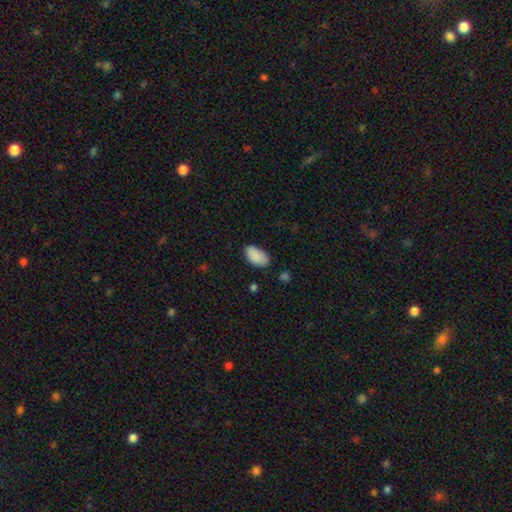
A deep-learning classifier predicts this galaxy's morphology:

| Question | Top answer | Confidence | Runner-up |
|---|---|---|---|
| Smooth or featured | smooth | 89% | star or artifact (7%) |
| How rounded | in between | 95% | round (3%) |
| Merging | none | 78% | minor disturbance (17%) |